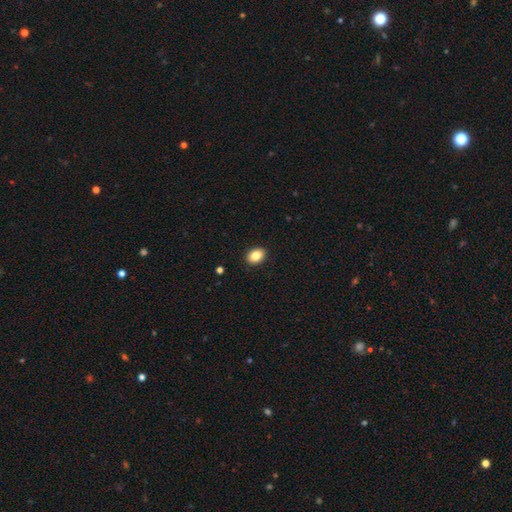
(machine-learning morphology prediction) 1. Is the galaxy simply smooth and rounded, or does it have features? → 85% smooth, 9% star or artifact, 7% featured or disk.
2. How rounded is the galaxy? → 75% in between, 24% round, 1% cigar-shaped.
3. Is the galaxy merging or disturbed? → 91% none, 7% minor disturbance, 2% major disturbance, 1% merger.